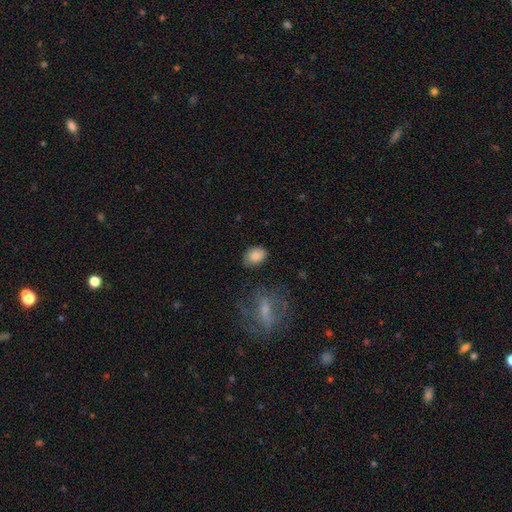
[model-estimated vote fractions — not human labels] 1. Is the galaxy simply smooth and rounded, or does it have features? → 82% smooth, 9% featured or disk, 9% star or artifact.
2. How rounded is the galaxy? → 76% in between, 23% round, 1% cigar-shaped.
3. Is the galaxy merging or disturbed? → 78% none, 16% minor disturbance, 4% major disturbance, 2% merger.